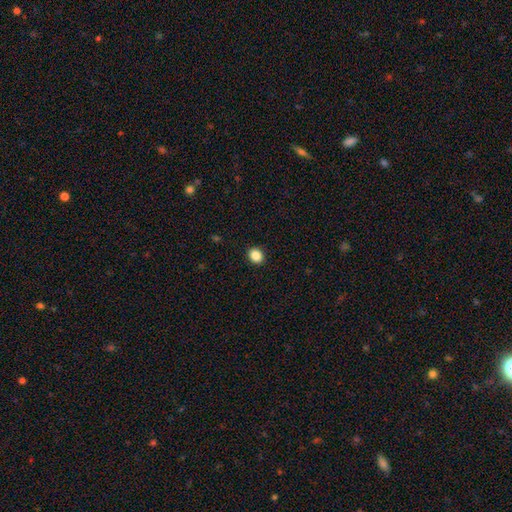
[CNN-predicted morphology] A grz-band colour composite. It shows a smooth galaxy with no disk features (86%) that is round (65%). Merging: none (92%).